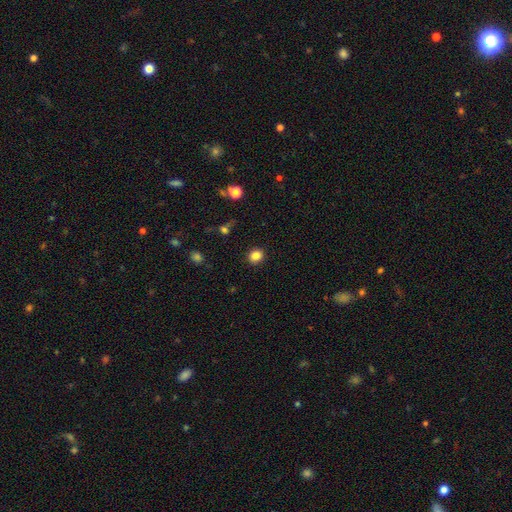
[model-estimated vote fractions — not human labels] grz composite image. It shows a smooth galaxy with no disk features (84%) that is round (70%). Merging: none (90%).